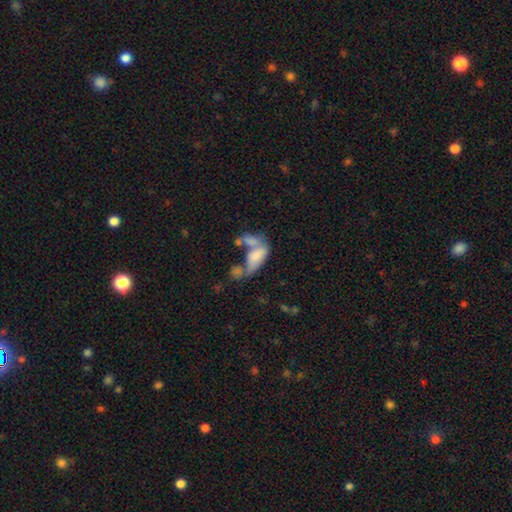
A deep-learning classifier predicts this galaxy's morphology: smooth 66%, featured or disk 24%, star or artifact 10%. Down the decision tree: how rounded — in between (85%); merging — merger (57%).